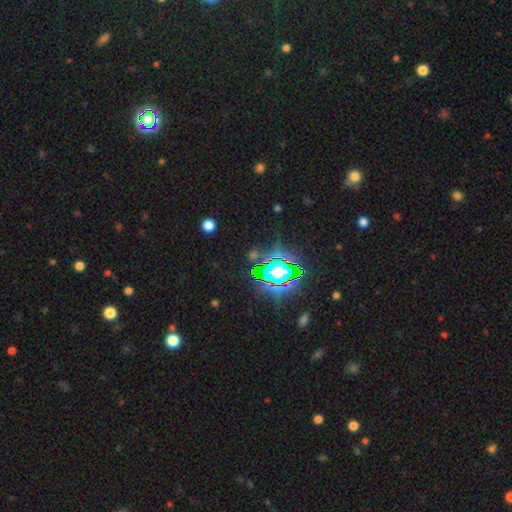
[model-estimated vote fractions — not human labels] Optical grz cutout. It shows a star or artifact, not a galaxy (74%).